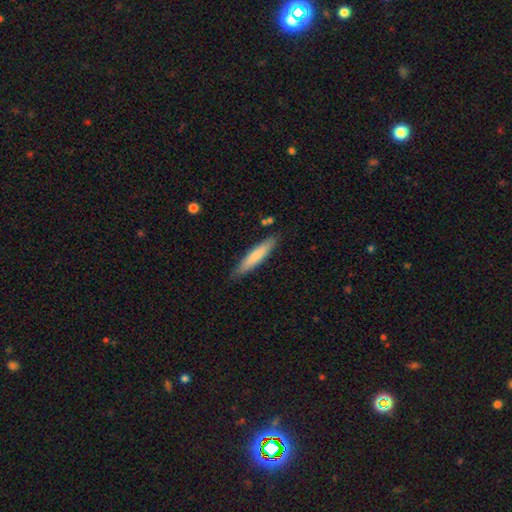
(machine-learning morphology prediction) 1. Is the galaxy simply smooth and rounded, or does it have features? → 74% smooth, 20% featured or disk, 5% star or artifact.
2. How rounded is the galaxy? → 87% cigar-shaped, 12% in between, 1% round.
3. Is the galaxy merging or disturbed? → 86% none, 11% minor disturbance, 2% major disturbance, 2% merger.